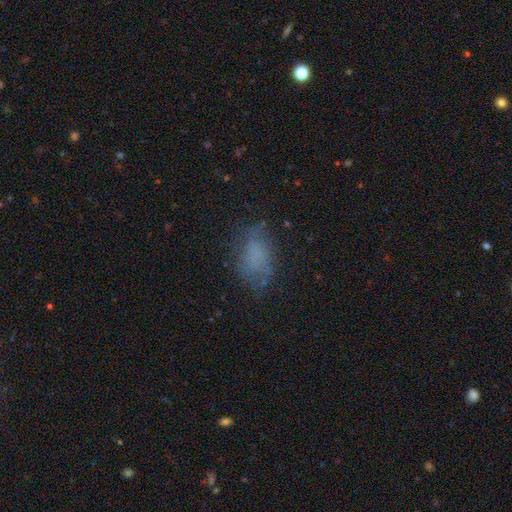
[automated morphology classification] Overall: smooth (62%; featured or disk 23%). How rounded: in between (86%). Merging: none (60%; minor disturbance 23%).